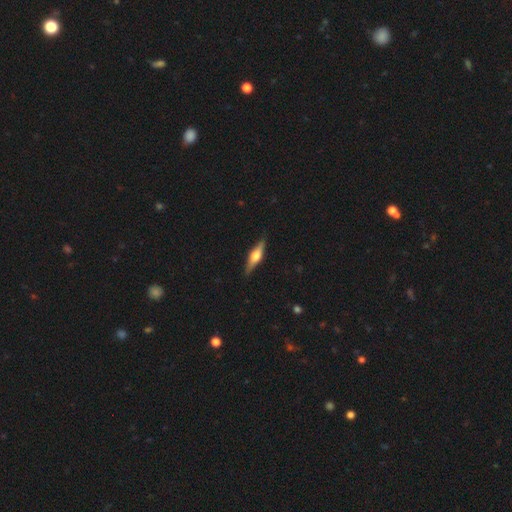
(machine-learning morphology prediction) Smooth or featured? featured or disk (65%)
Edge-on disk? yes (96%)
Edge-on bulge? rounded (92%)
Merging? none (88%)